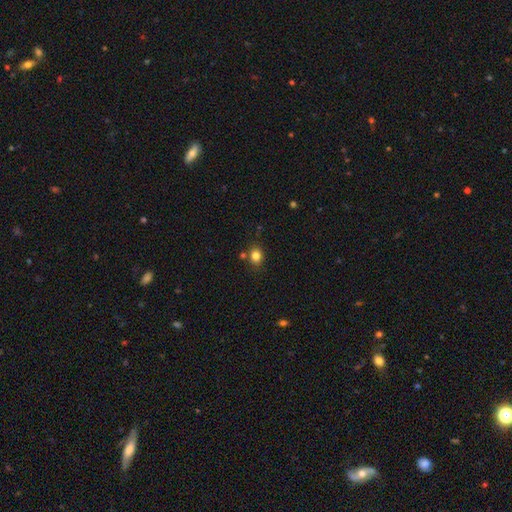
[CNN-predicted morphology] Smooth or featured?
  - smooth: 82% *
  - star or artifact: 12%
  - featured or disk: 6%
How rounded?
  - round: 65% *
  - in between: 35%
  - cigar-shaped: 1%
Merging?
  - none: 76% *
  - minor disturbance: 12%
  - merger: 9%
  - major disturbance: 3%